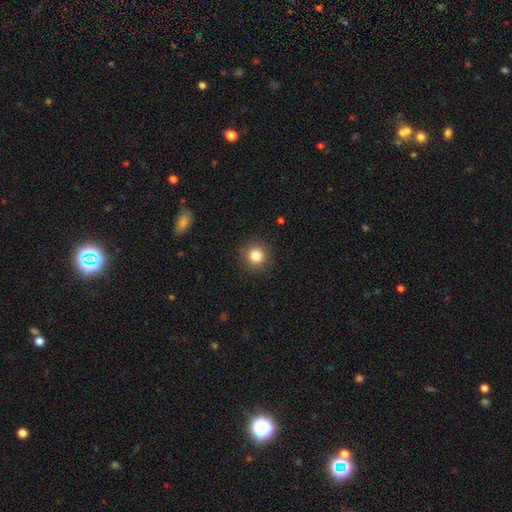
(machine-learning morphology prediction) smooth-or-featured: smooth: 83% | star or artifact: 11% | featured or disk: 6%
  how-rounded: round: 93% | in between: 6% | cigar-shaped: 1%
  merging: none: 90% | minor disturbance: 6% | major disturbance: 2% | merger: 1%